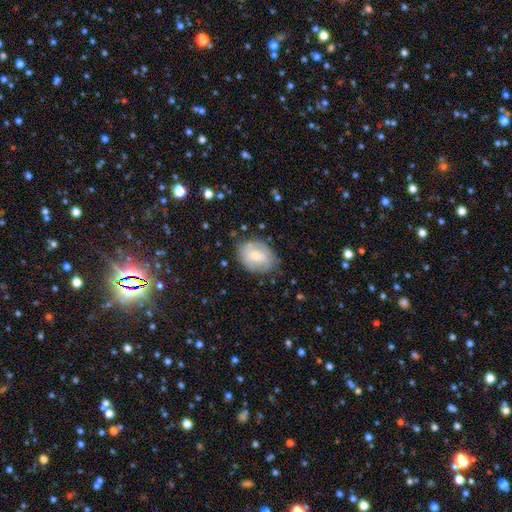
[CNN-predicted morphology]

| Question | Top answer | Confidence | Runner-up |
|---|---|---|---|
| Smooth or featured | smooth | 58% | featured or disk (36%) |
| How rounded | in between | 69% | round (30%) |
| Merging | none | 75% | minor disturbance (19%) |